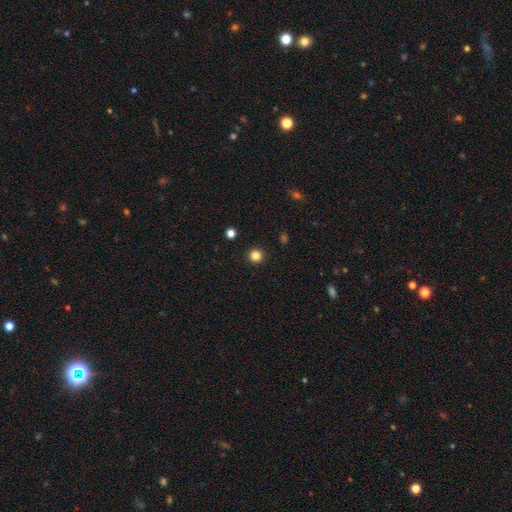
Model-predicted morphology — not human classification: smooth 83%, star or artifact 13%, featured or disk 4%. Down the decision tree: how rounded — round (95%); merging — none (93%).